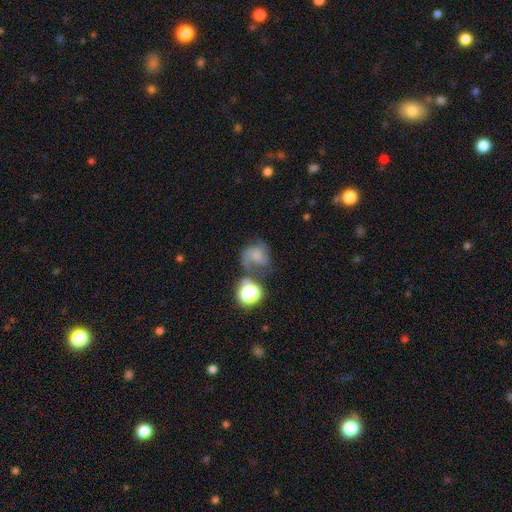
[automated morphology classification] A featured or disk galaxy (47%).

Vote fractions:
- Smooth or featured? featured or disk: 47% / smooth: 38% / star or artifact: 15%
- Merging? none: 38% / major disturbance: 26% / minor disturbance: 20% / merger: 16%